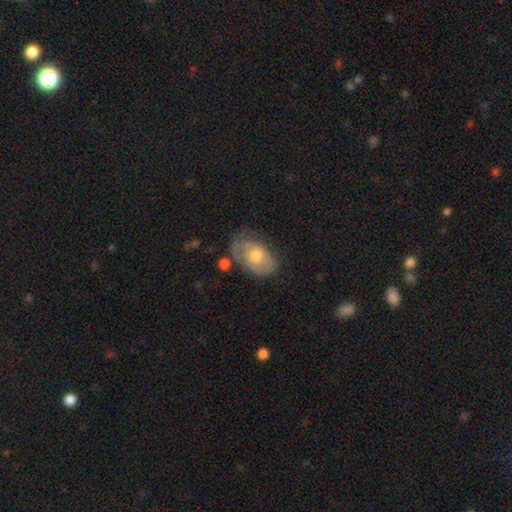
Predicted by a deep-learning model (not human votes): A smooth galaxy with no disk features (50%) that is in between round and cigar-shaped (86%).

Vote fractions:
- Smooth or featured? smooth: 50% / featured or disk: 43% / star or artifact: 7%
- How rounded? in between: 86% / round: 13% / cigar-shaped: 1%
- Merging? none: 48% / minor disturbance: 32% / major disturbance: 15% / merger: 5%